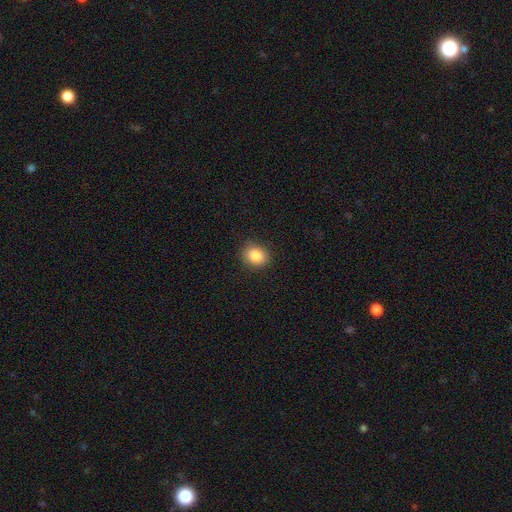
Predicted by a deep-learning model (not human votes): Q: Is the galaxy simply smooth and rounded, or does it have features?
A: smooth — 87%.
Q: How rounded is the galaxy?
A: round — 55%.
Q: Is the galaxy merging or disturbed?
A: none — 86%.